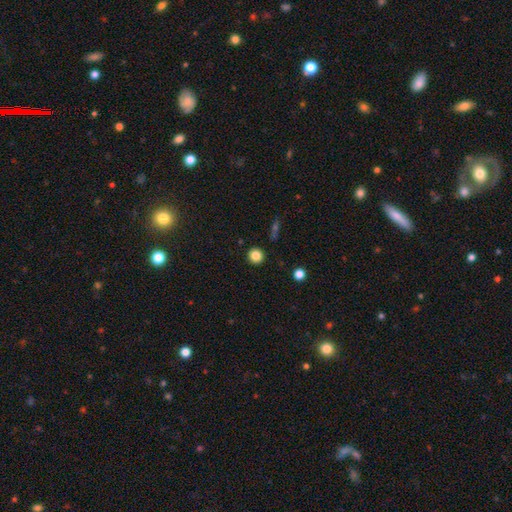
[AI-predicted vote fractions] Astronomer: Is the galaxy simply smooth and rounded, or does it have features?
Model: smooth — 84%.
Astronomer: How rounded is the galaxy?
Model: round — 94%.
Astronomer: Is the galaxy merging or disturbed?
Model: none — 92%.